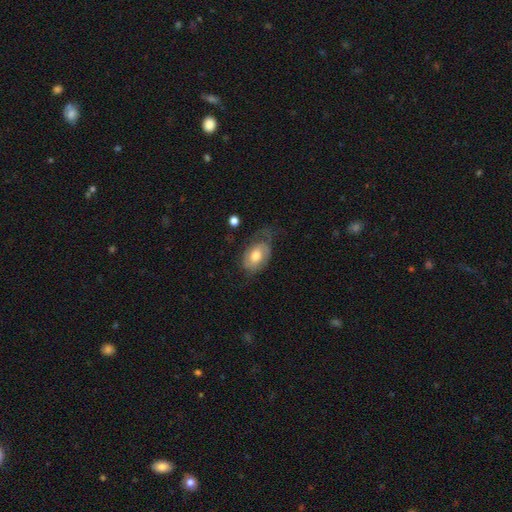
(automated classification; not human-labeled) A featured or disk galaxy (50%).

Vote fractions:
- Smooth or featured? featured or disk: 50% / smooth: 43% / star or artifact: 7%
- Merging? none: 45% / minor disturbance: 28% / major disturbance: 25% / merger: 2%